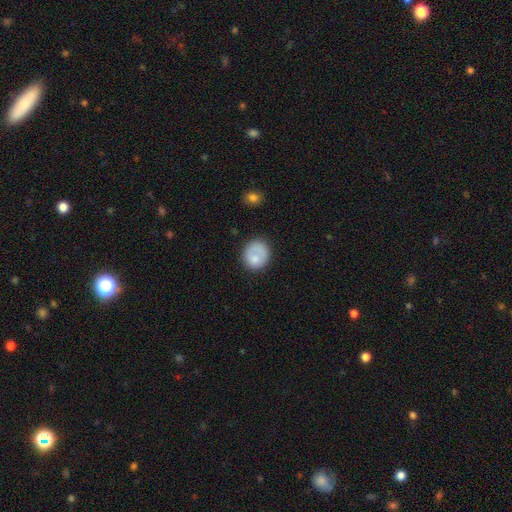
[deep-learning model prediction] Smooth or featured: smooth — 77% (featured or disk — 16%)
How rounded: round — 81% (in between — 18%)
Merging: none — 67% (minor disturbance — 19%)